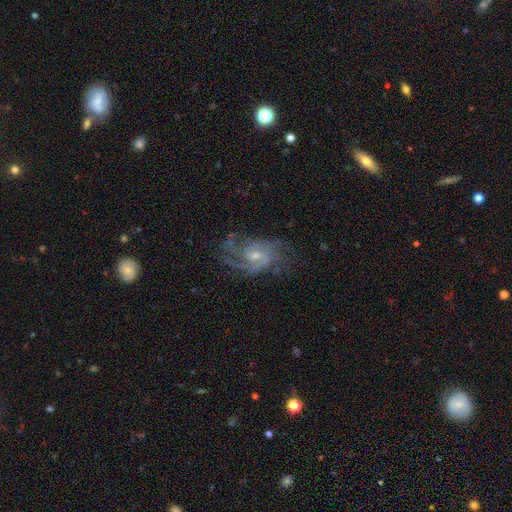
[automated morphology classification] This appears to be a featured or disk galaxy (87%) with no bar (46%), 3 (31%) medium (48%) spiral arms (97%) and a small central bulge (55%). Merging: none (66%).